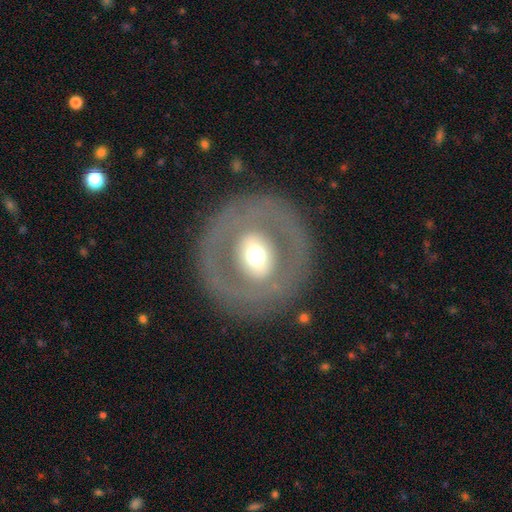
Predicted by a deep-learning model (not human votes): Morphology: type=featured or disk (54%); edge-on=no (91%); merging=none (82%).